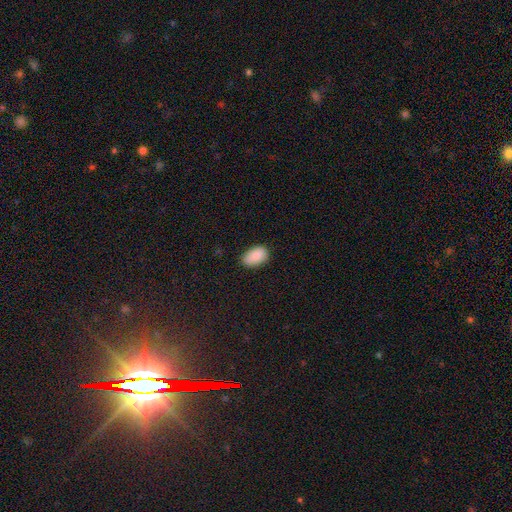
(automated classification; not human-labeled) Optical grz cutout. It shows a smooth galaxy with no disk features (89%) that is in between round and cigar-shaped (92%). Merging: none (82%).